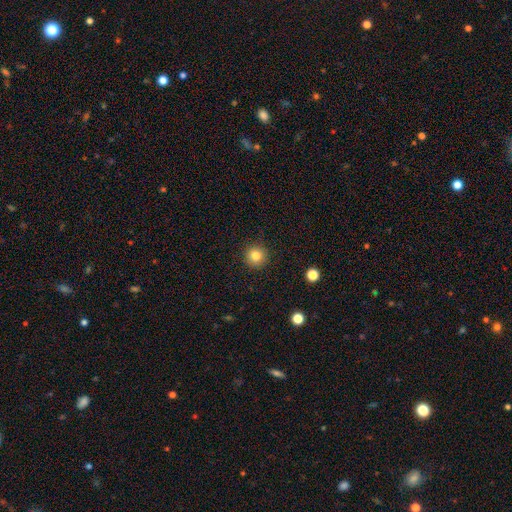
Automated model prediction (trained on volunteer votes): Q: Smooth or featured?
A: smooth (81%); runner-up: star or artifact (12%)
Q: How rounded?
A: round (95%); runner-up: in between (4%)
Q: Merging?
A: none (91%); runner-up: minor disturbance (6%)